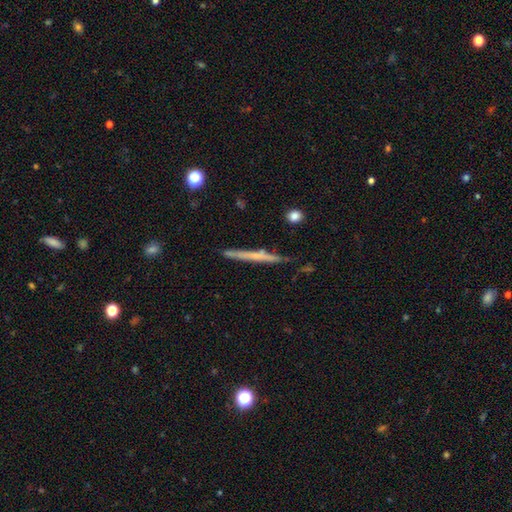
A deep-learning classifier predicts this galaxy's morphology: featured or disk 54%, smooth 40%, star or artifact 6%. Down the decision tree: edge-on disk — yes (97%); edge-on bulge — none (78%); merging — none (84%).